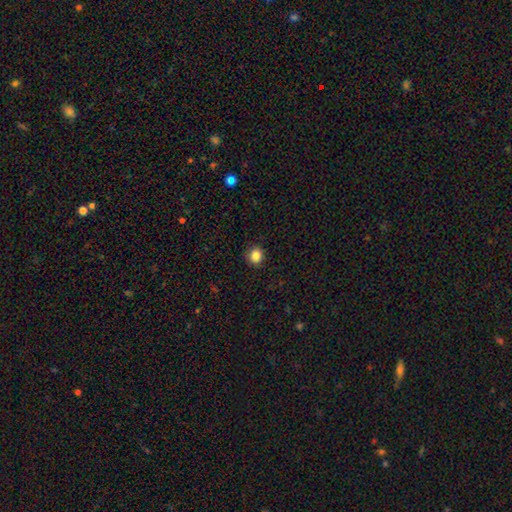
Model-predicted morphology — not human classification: Smooth or featured?
  - smooth: 86% *
  - star or artifact: 11%
  - featured or disk: 4%
How rounded?
  - round: 85% *
  - in between: 14%
  - cigar-shaped: 1%
Merging?
  - none: 89% *
  - minor disturbance: 8%
  - major disturbance: 2%
  - merger: 1%